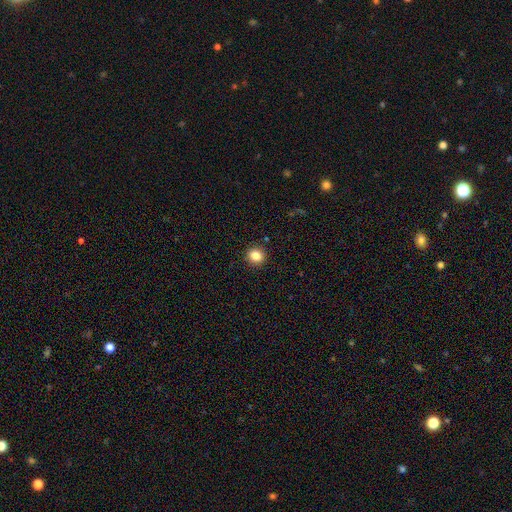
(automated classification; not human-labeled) A smooth galaxy with no disk features (84%) that is round (89%).

Vote fractions:
- Smooth or featured? smooth: 84% / star or artifact: 11% / featured or disk: 5%
- How rounded? round: 89% / in between: 10% / cigar-shaped: 1%
- Merging? none: 91% / minor disturbance: 6% / major disturbance: 2% / merger: 1%